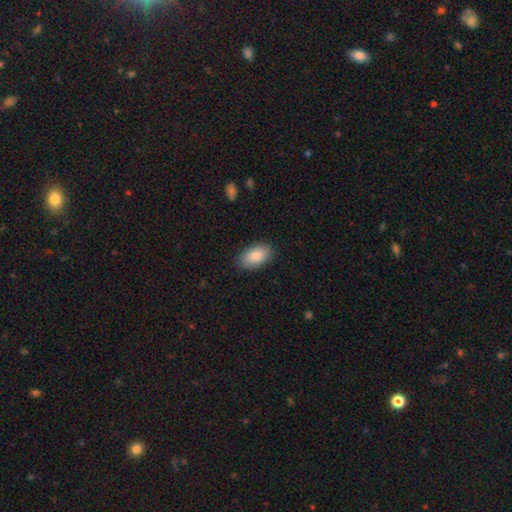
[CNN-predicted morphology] Overall: smooth (85%). How rounded: in between (94%). Merging: none (87%).